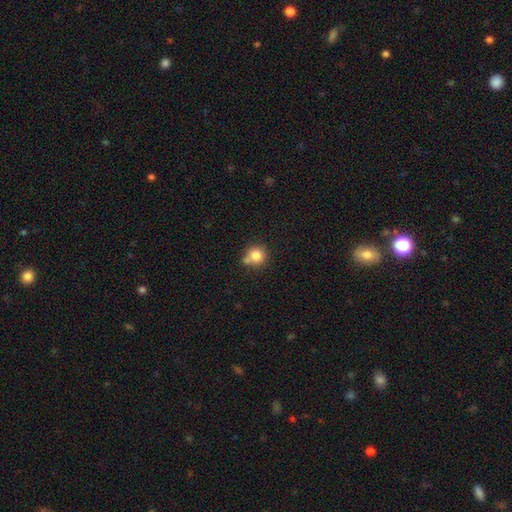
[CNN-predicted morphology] A smooth galaxy with no disk features (80%) that is round (88%).

Vote fractions:
- Smooth or featured? smooth: 80% / star or artifact: 11% / featured or disk: 9%
- How rounded? round: 88% / in between: 11% / cigar-shaped: 1%
- Merging? none: 57% / merger: 25% / minor disturbance: 14% / major disturbance: 4%